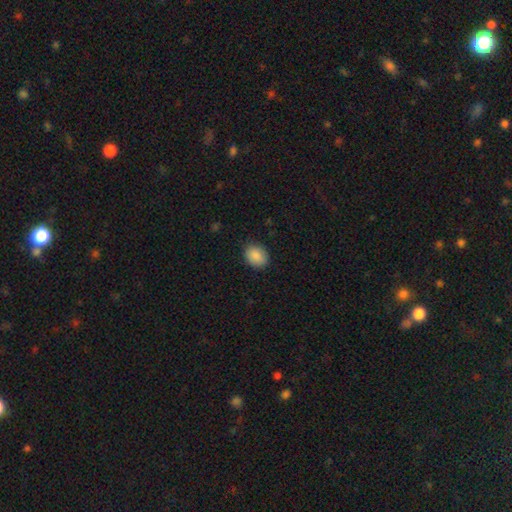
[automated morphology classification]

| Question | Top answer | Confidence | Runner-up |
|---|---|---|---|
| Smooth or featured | smooth | 88% | star or artifact (7%) |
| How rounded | in between | 58% | round (41%) |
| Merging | none | 87% | minor disturbance (10%) |